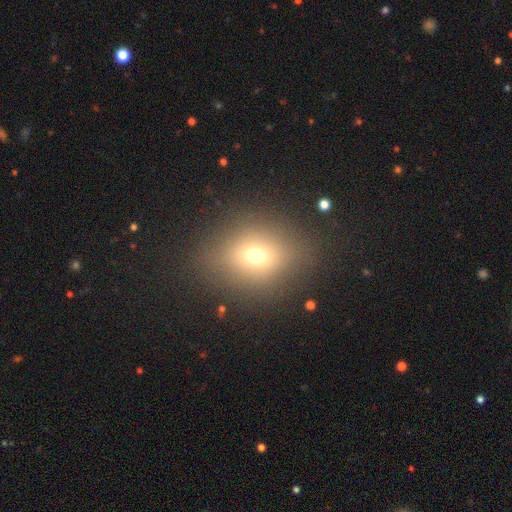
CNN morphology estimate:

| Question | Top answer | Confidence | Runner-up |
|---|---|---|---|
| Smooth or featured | smooth | 65% | star or artifact (19%) |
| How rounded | round | 57% | in between (41%) |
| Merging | none | 81% | minor disturbance (11%) |